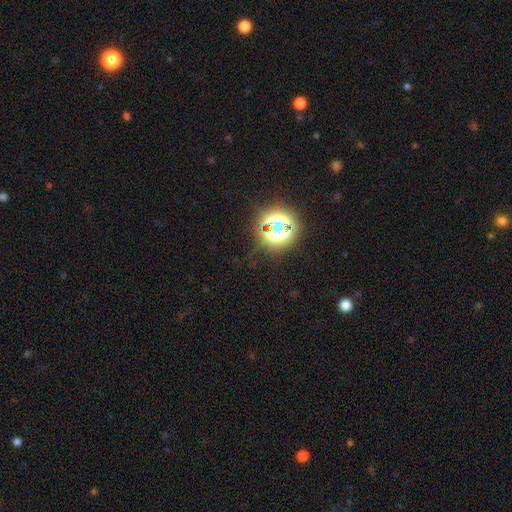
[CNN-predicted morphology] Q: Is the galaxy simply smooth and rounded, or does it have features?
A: star or artifact — 80%.